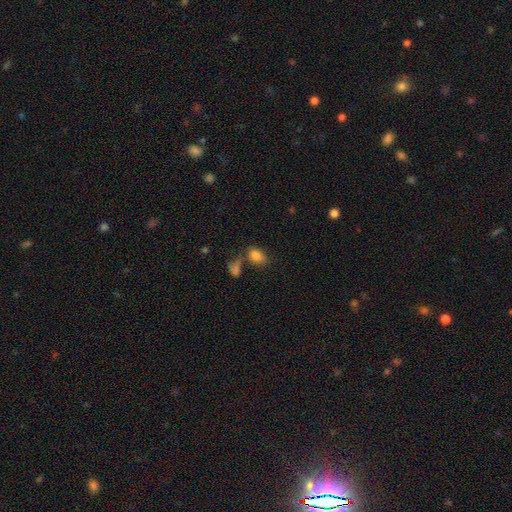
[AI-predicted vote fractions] smooth-or-featured: smooth: 83% | star or artifact: 10% | featured or disk: 7%
  how-rounded: in between: 80% | round: 18% | cigar-shaped: 2%
  merging: none: 55% | merger: 24% | minor disturbance: 15% | major disturbance: 7%